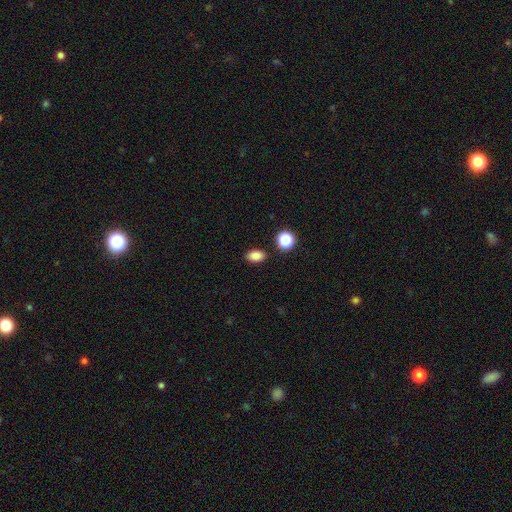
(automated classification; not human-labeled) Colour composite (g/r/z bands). It shows a smooth galaxy with no disk features (83%) that is in between round and cigar-shaped (85%). Merging: none (87%).